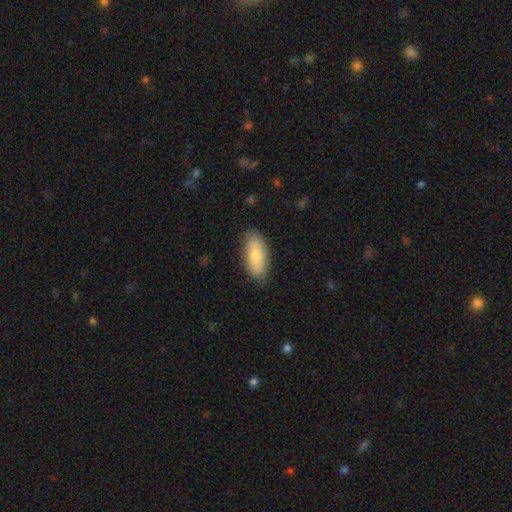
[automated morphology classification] The model was most divided on "smooth or featured": smooth: 73%, featured or disk: 21%, star or artifact: 6%. More confident: how rounded — in between (87%); merging — none (83%).